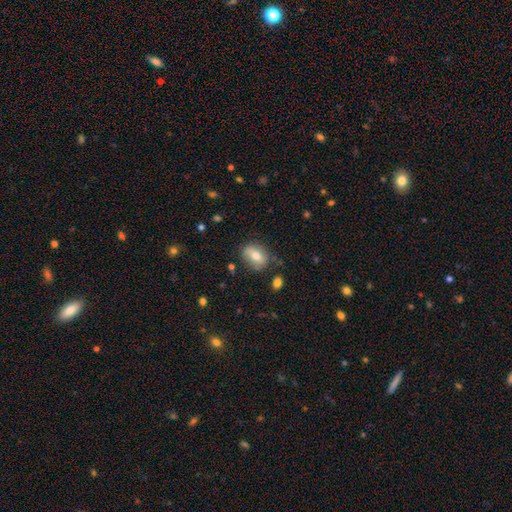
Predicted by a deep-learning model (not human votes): smooth-or-featured: smooth: 68% | featured or disk: 24% | star or artifact: 8%
  how-rounded: in between: 72% | round: 26% | cigar-shaped: 3%
  merging: none: 70% | minor disturbance: 21% | major disturbance: 6% | merger: 3%